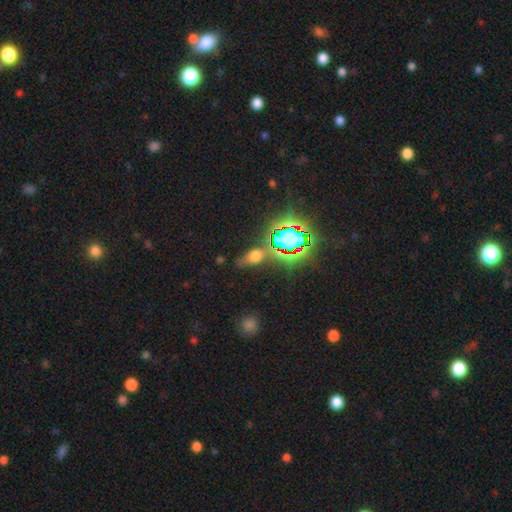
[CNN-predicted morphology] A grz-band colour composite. It shows a smooth galaxy with no disk features (46%). Merging: none (64%).